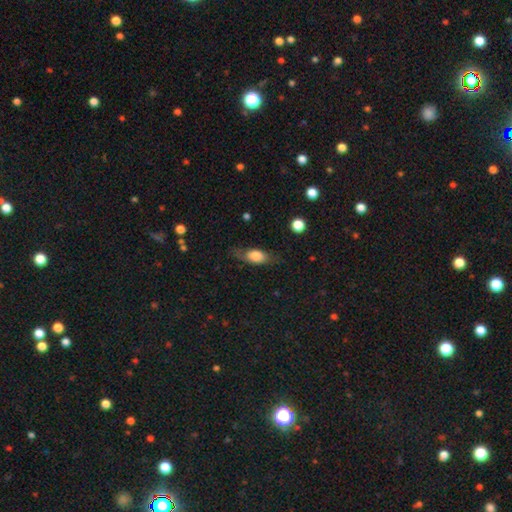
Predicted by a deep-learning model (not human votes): A smooth galaxy with no disk features (68%) that is in between round and cigar-shaped (77%).

Vote fractions:
- Smooth or featured? smooth: 68% / featured or disk: 24% / star or artifact: 8%
- How rounded? in between: 77% / cigar-shaped: 16% / round: 7%
- Merging? none: 67% / minor disturbance: 22% / major disturbance: 9% / merger: 2%